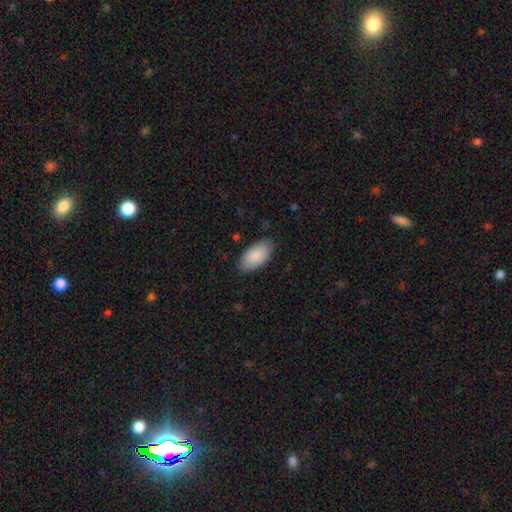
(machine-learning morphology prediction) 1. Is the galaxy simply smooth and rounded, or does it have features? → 89% smooth, 6% featured or disk, 6% star or artifact.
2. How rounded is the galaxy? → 95% in between, 3% cigar-shaped, 2% round.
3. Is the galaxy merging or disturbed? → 82% none, 14% minor disturbance, 3% major disturbance, 1% merger.